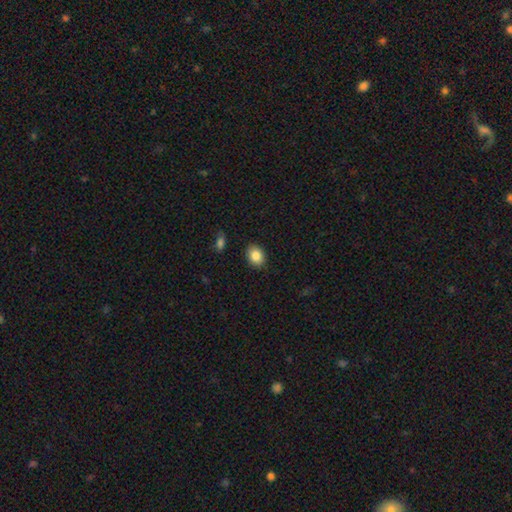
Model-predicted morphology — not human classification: Overall: smooth (85%). How rounded: in between (64%; round 35%). Merging: none (88%).